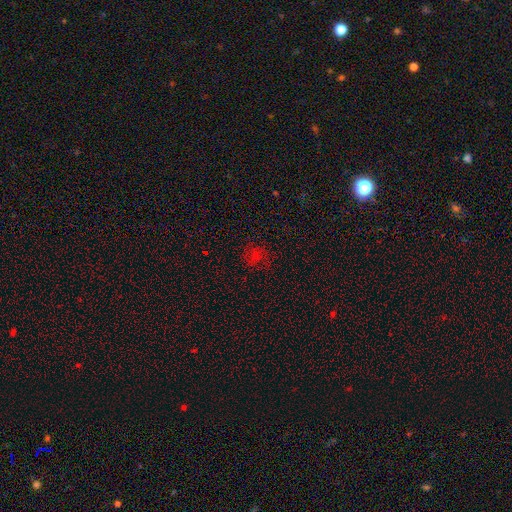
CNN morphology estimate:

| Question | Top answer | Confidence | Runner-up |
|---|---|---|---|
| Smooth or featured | smooth | 56% | star or artifact (30%) |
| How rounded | round | 77% | in between (22%) |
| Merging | none | 68% | minor disturbance (19%) |